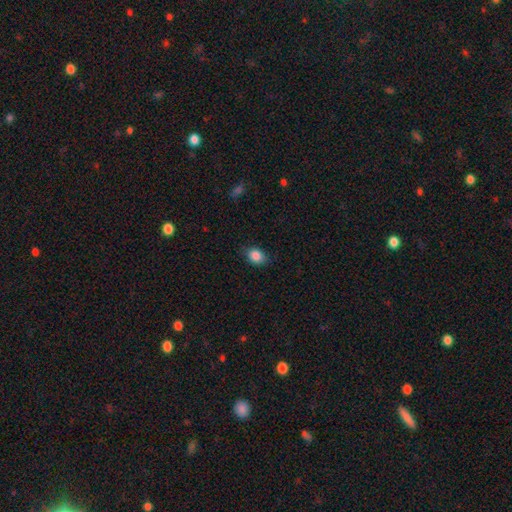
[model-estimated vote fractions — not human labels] The model was most divided on "how rounded": in between: 64%, round: 35%, cigar-shaped: 1%. More confident: smooth or featured — smooth (86%); merging — none (81%).